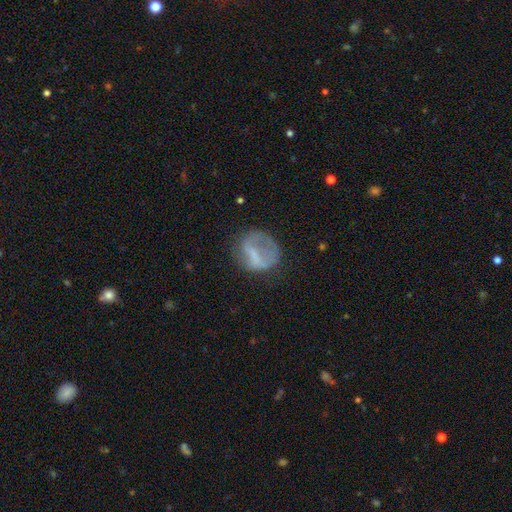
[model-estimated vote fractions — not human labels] smooth_or_featured: smooth (p=0.47) [alt: featured or disk p=0.42]
merging: none (p=0.46) [alt: major disturbance p=0.28]